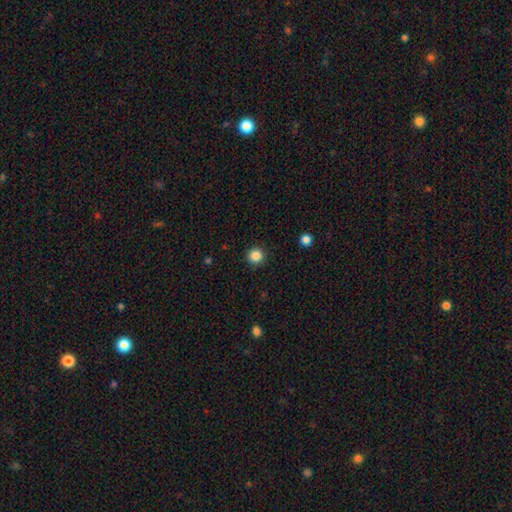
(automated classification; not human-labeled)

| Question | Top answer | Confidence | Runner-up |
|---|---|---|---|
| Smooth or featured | smooth | 85% | star or artifact (11%) |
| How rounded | round | 95% | in between (4%) |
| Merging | none | 92% | minor disturbance (5%) |